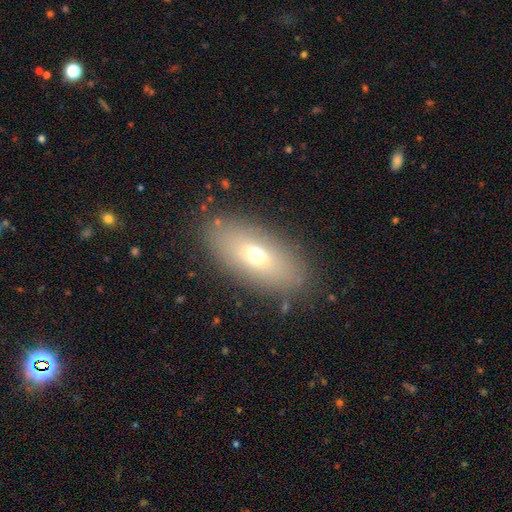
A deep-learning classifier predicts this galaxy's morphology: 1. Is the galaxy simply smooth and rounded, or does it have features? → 65% smooth, 23% featured or disk, 12% star or artifact.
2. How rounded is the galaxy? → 83% in between, 10% cigar-shaped, 7% round.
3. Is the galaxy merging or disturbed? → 84% none, 9% minor disturbance, 5% major disturbance, 2% merger.